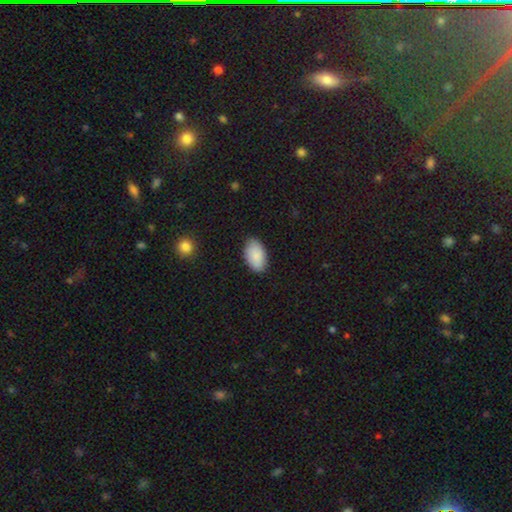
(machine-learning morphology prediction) smooth-or-featured: smooth: 87% | featured or disk: 7% | star or artifact: 6%
  how-rounded: in between: 94% | round: 4% | cigar-shaped: 1%
  merging: none: 85% | minor disturbance: 11% | major disturbance: 2% | merger: 1%